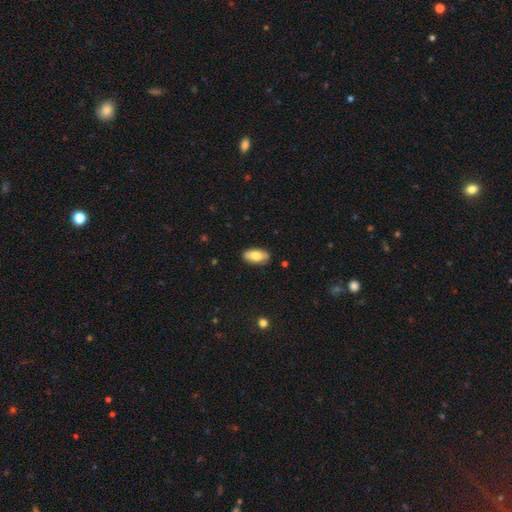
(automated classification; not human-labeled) A smooth galaxy with no disk features (77%) that is in between round and cigar-shaped (91%). Merging: none (86%).